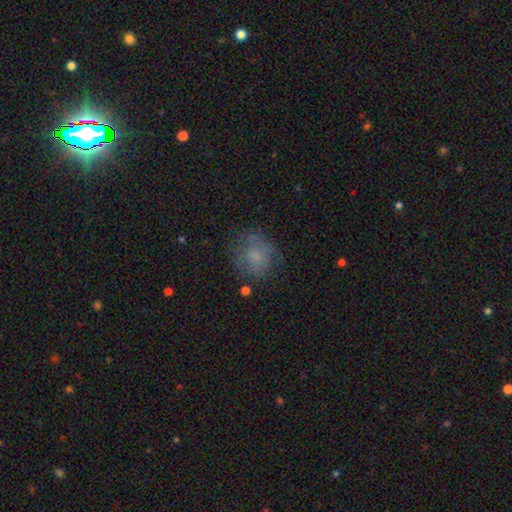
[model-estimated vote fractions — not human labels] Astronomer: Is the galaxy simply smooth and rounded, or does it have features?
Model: smooth — 65%.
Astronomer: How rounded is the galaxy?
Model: round — 76%.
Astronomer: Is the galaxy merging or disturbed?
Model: none — 65%.